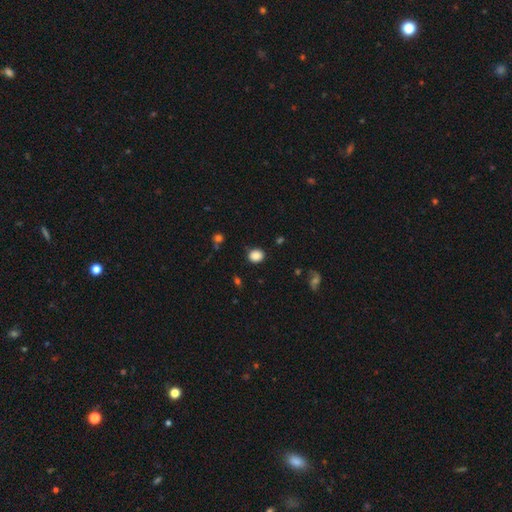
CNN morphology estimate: This is clearly a smooth galaxy (86%). How rounded: likely round (73%). Merging: clearly none (85%).